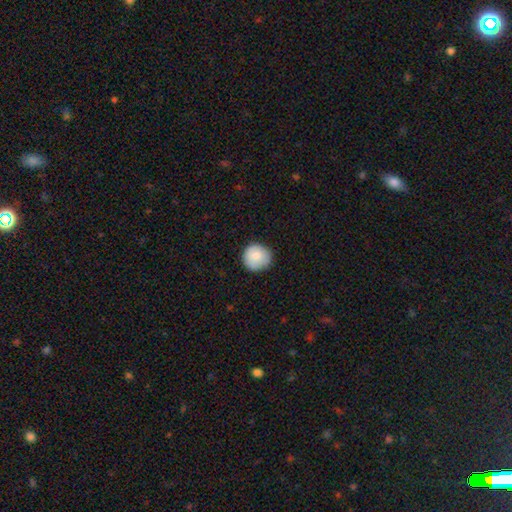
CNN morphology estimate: Overall: smooth (82%). How rounded: round (94%). Merging: none (85%).